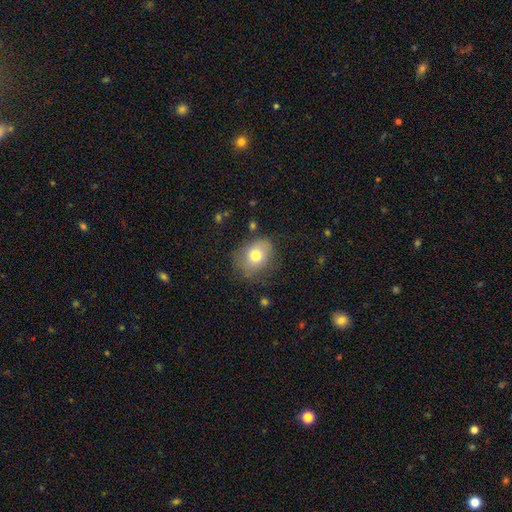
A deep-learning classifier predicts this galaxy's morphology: The model was most divided on "how rounded": in between: 52%, round: 47%, cigar-shaped: 1%. More confident: smooth or featured — smooth (73%); merging — none (68%).